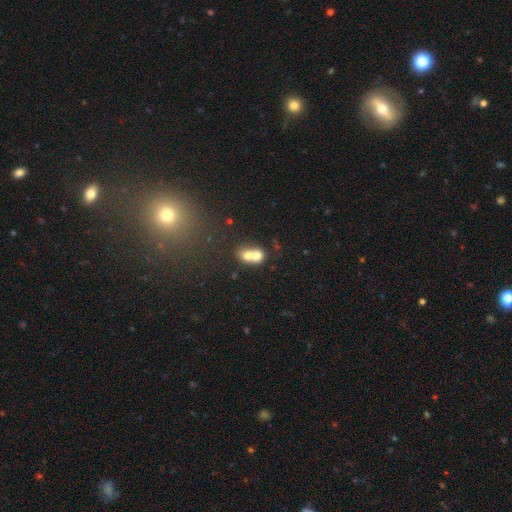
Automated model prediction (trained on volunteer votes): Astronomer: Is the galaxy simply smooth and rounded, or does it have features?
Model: smooth — 68%.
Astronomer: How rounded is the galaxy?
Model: round — 59% (runner-up: in between, 40%).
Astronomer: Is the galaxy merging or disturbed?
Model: merger — 71%.